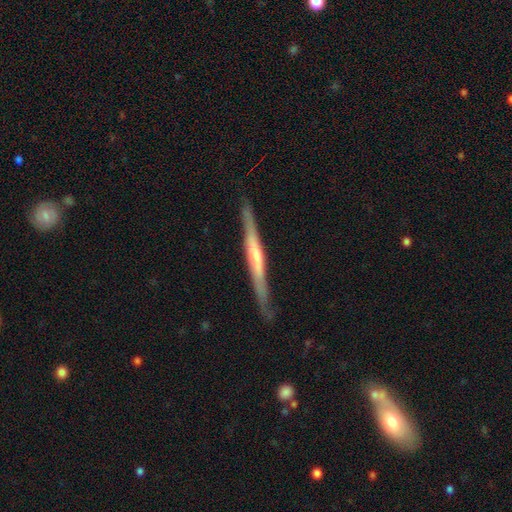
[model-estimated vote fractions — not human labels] Q: Smooth or featured?
A: featured or disk (63%); runner-up: smooth (31%)
Q: Edge-on disk?
A: yes (95%); runner-up: no (5%)
Q: Edge-on bulge?
A: none (49%); runner-up: rounded (36%)
Q: Merging?
A: none (85%); runner-up: minor disturbance (12%)